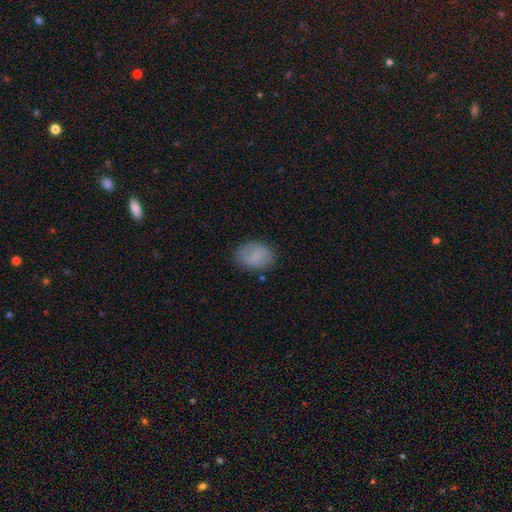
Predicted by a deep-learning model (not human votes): Smooth or featured? smooth (79%)
How rounded? in between (75%)
Merging? none (77%)